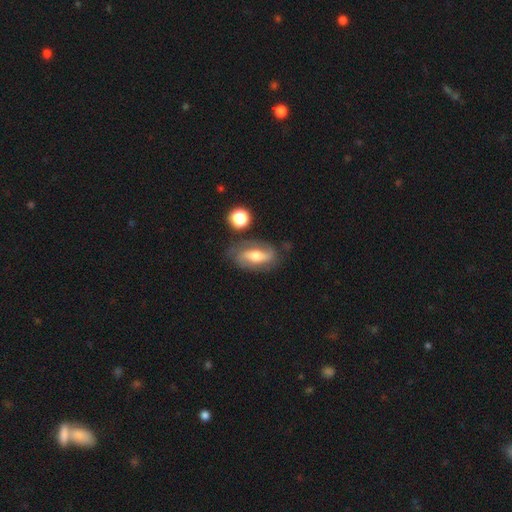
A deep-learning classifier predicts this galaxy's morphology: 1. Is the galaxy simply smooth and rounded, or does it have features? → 59% featured or disk, 33% smooth, 8% star or artifact.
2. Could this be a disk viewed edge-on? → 81% no, 19% yes.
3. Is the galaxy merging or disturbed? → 69% none, 18% minor disturbance, 7% major disturbance, 5% merger.